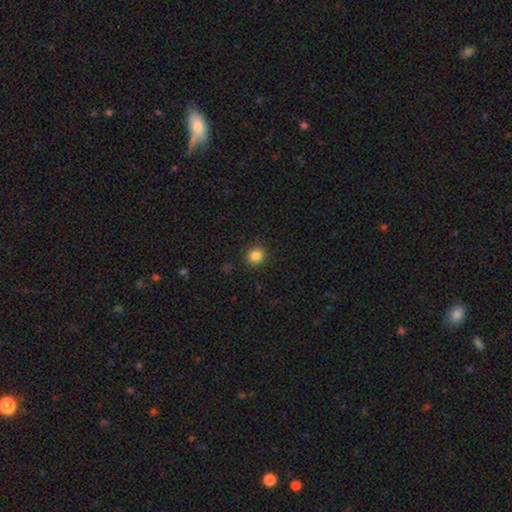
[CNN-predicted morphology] The model was most divided on "smooth or featured": smooth: 85%, star or artifact: 11%, featured or disk: 4%. More confident: merging — none (91%); how rounded — round (89%).